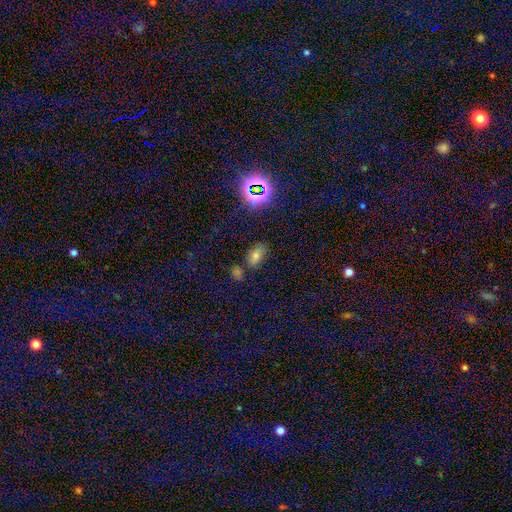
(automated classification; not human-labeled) A smooth galaxy with no disk features (54%) that is in between round and cigar-shaped (86%). Merging: none (70%).